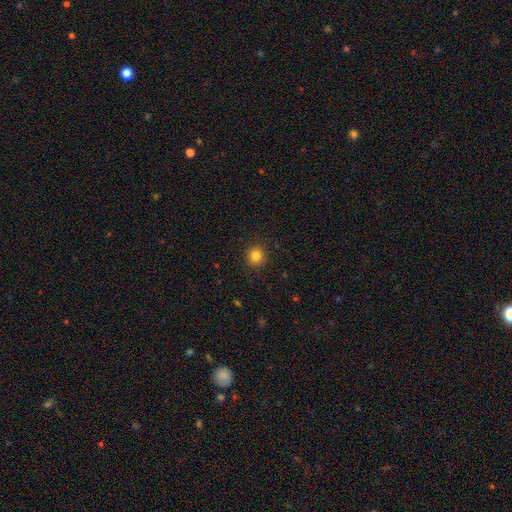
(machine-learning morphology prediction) Overall: smooth (83%). How rounded: round (90%). Merging: none (91%).